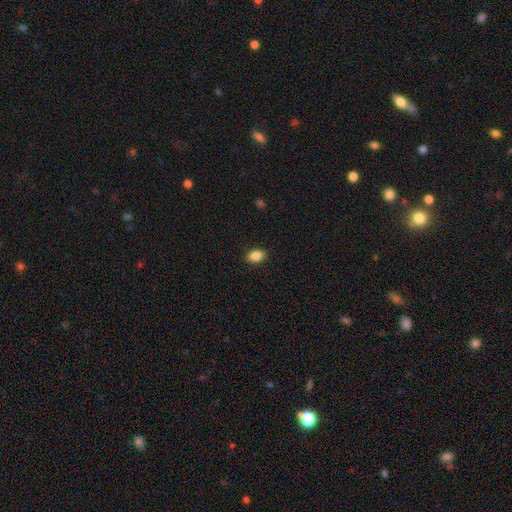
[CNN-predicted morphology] A smooth galaxy with no disk features (87%) that is in between round and cigar-shaped (84%). Merging: none (89%).